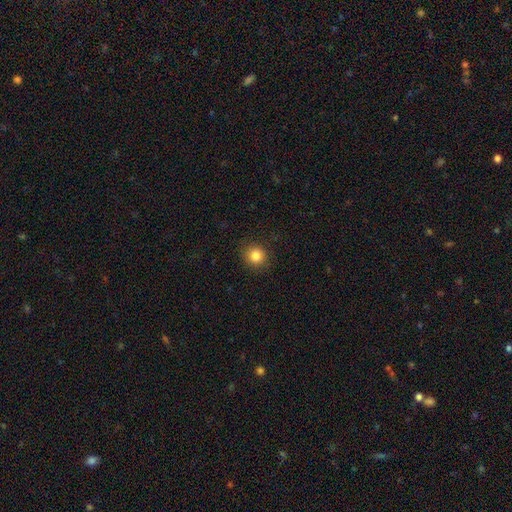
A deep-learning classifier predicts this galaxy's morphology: smooth-or-featured: smooth: 84% | star or artifact: 11% | featured or disk: 5%
  how-rounded: round: 89% | in between: 10% | cigar-shaped: 1%
  merging: none: 90% | minor disturbance: 7% | major disturbance: 2% | merger: 1%